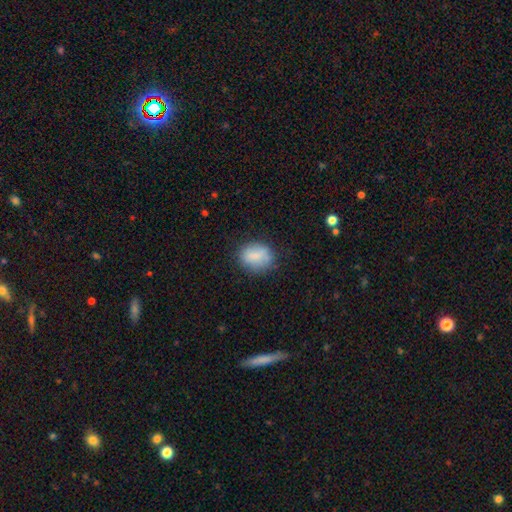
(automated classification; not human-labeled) Smooth or featured? Predicted: smooth (p=0.77). How rounded? Predicted: in between (p=0.55). Merging? Predicted: none (p=0.68).